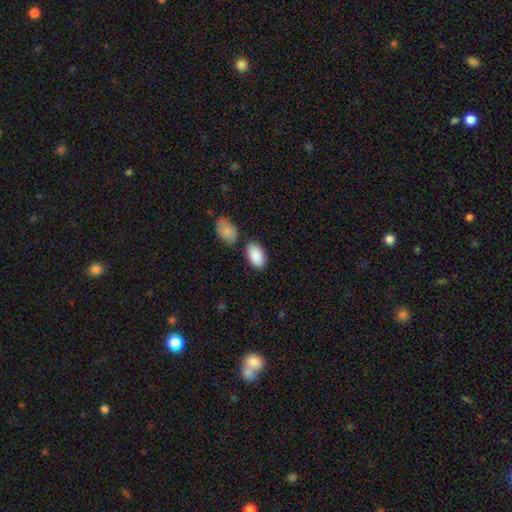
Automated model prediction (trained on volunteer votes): A smooth galaxy with no disk features (90%) that is in between round and cigar-shaped (93%). Merging: none (73%).